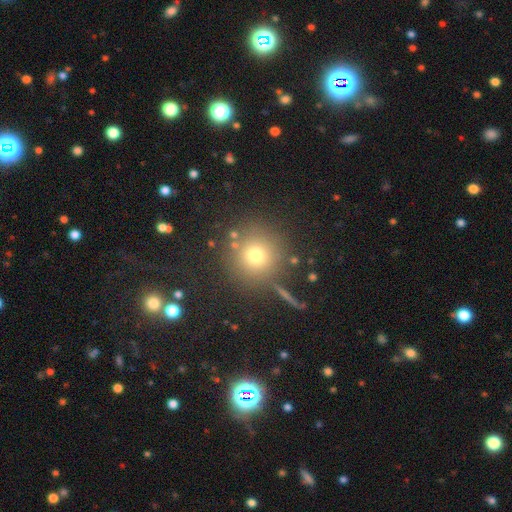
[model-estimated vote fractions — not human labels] Morphology: type=smooth (72%); roundness=round (94%); merging=none (82%).